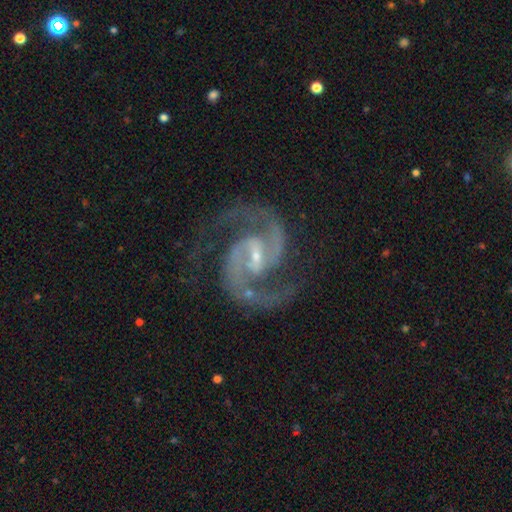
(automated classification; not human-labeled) The model was most divided on "bar": weak: 48%, strong: 34%, no: 17%. More confident: spiral arms — yes (99%); edge-on disk — no (98%); smooth or featured — featured or disk (94%); spiral arm count — 2 (94%); merging — none (79%); bulge size — small (72%); spiral winding — medium (68%).